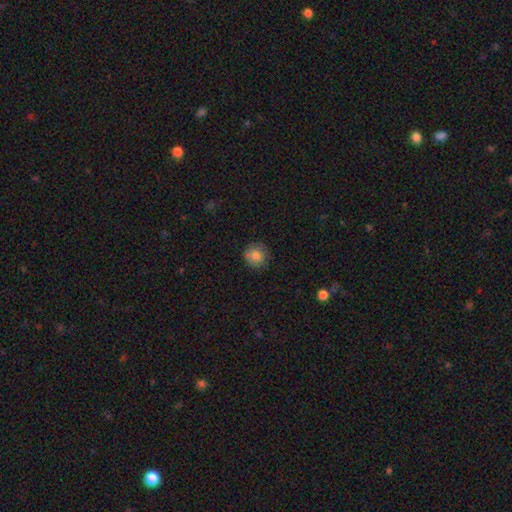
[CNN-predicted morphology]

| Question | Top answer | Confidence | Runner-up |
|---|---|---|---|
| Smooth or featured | smooth | 82% | star or artifact (9%) |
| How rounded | round | 91% | in between (8%) |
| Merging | none | 85% | minor disturbance (11%) |